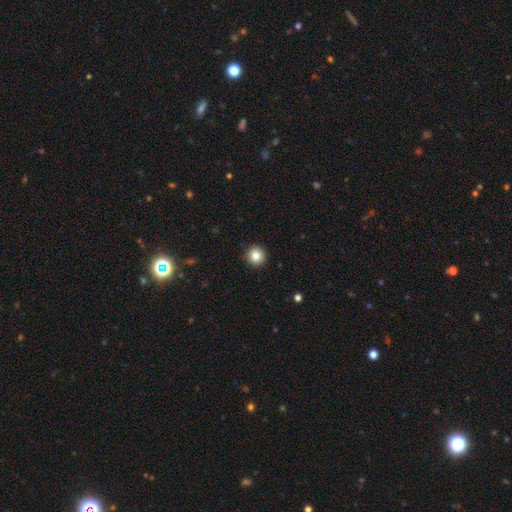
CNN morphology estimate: smooth 84%, star or artifact 10%, featured or disk 6%. Down the decision tree: how rounded — round (96%); merging — none (94%).